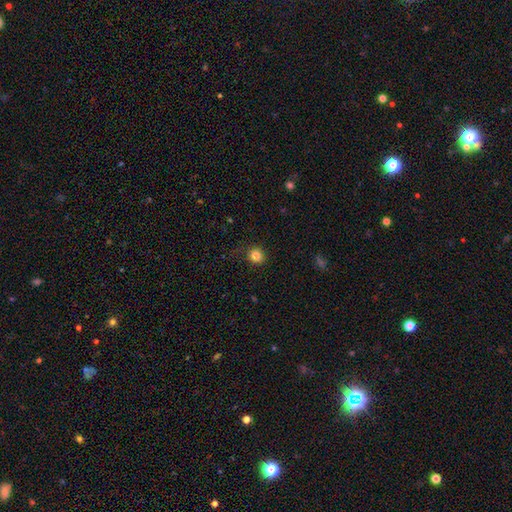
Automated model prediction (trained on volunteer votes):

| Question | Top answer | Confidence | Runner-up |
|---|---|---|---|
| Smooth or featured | smooth | 83% | star or artifact (12%) |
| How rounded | round | 90% | in between (9%) |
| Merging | none | 85% | minor disturbance (11%) |